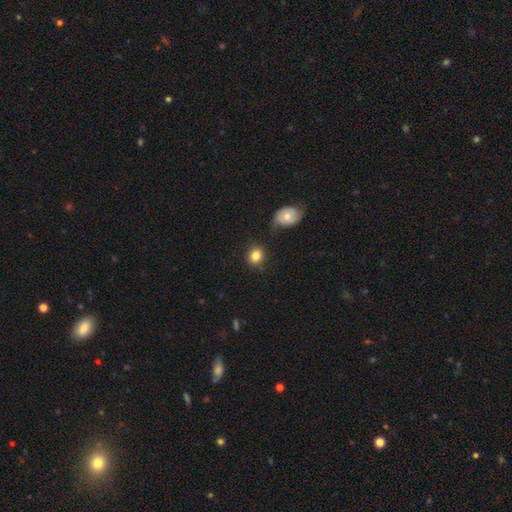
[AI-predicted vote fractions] smooth 84%, star or artifact 9%, featured or disk 7%. Down the decision tree: how rounded — round (74%); merging — none (81%).